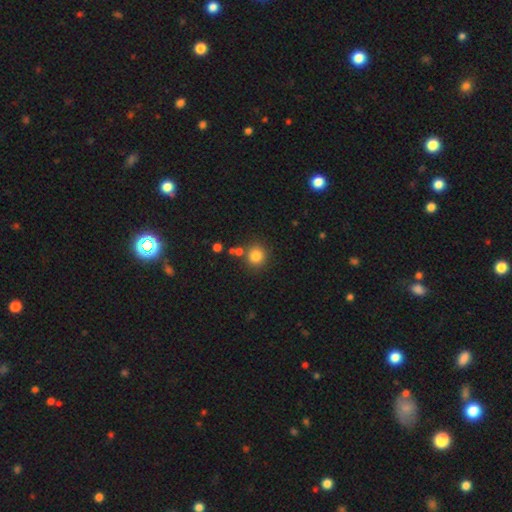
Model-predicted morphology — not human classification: Smooth or featured? smooth (82%)
How rounded? round (91%)
Merging? none (79%)